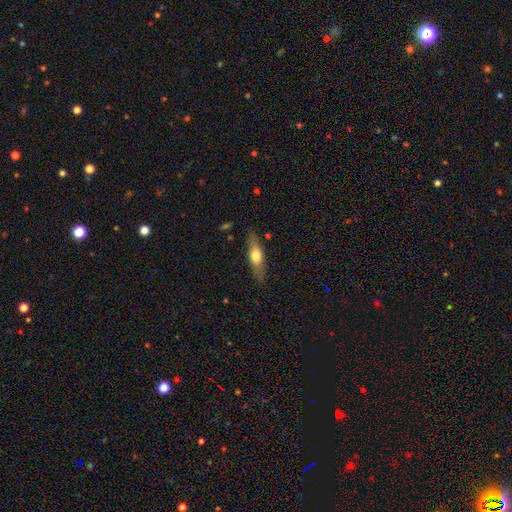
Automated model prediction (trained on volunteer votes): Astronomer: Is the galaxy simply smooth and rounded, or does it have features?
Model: smooth — 53% (runner-up: featured or disk, 41%).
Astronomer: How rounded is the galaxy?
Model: cigar-shaped — 60% (runner-up: in between, 37%).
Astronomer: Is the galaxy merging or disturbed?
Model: none — 82%.